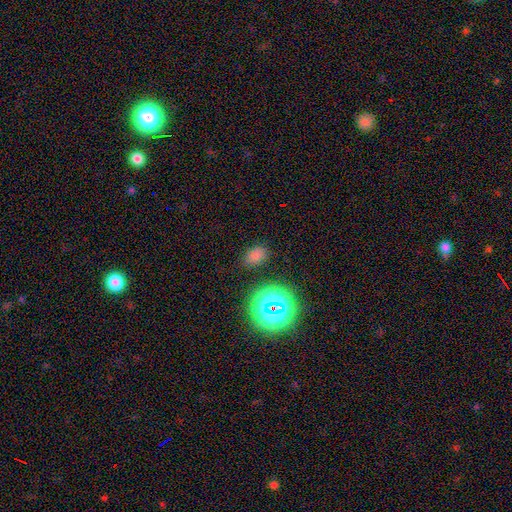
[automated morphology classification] The model was most divided on "smooth or featured": smooth: 67%, star or artifact: 26%, featured or disk: 6%. More confident: merging — none (83%); how rounded — in between (78%).